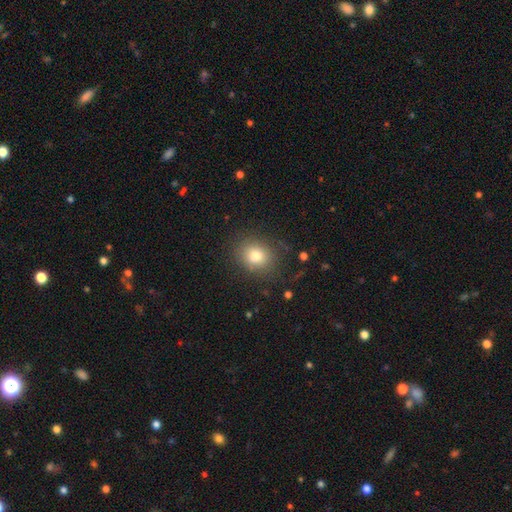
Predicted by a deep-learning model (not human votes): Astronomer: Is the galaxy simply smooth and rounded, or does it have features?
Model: smooth — 79%.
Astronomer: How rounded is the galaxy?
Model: round — 65%.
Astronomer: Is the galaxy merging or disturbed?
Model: none — 81%.